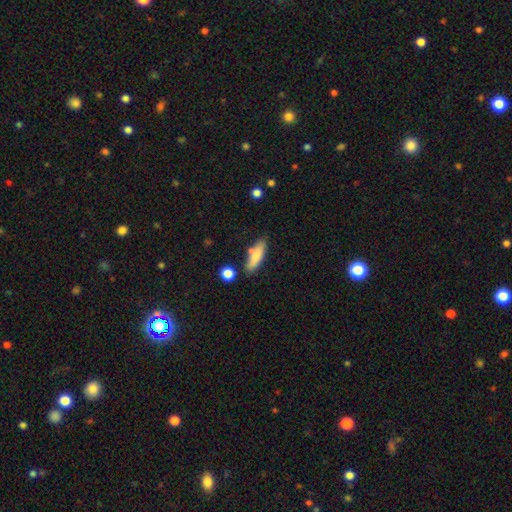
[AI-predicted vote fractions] Q: Smooth or featured?
A: smooth (80%); runner-up: featured or disk (14%)
Q: How rounded?
A: cigar-shaped (51%); runner-up: in between (46%)
Q: Merging?
A: none (75%); runner-up: minor disturbance (14%)